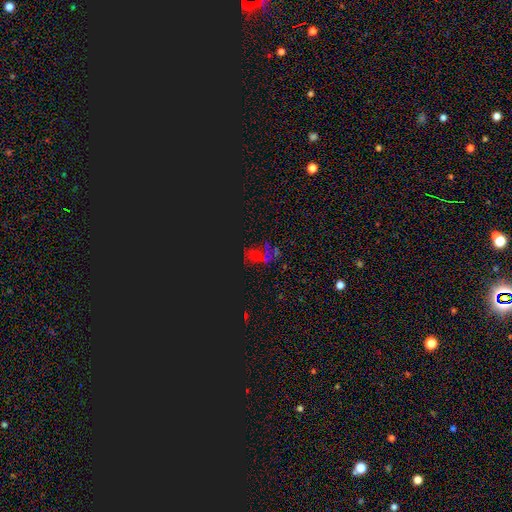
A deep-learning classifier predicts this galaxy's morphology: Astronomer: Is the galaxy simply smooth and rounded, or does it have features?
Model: star or artifact — 59%.